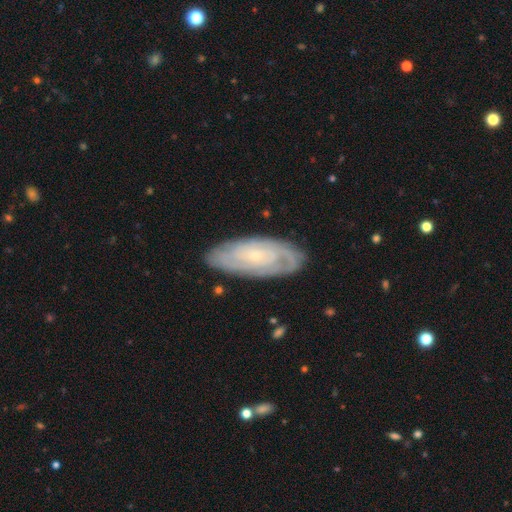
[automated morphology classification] smooth_or_featured: featured or disk (p=0.74) [alt: smooth p=0.20]
disk_edge_on: no (p=0.90) [alt: yes p=0.10]
bar: no (p=0.73) [alt: weak p=0.22]
has_spiral_arms: yes (p=0.89) [alt: no p=0.11]
spiral_winding: tight (p=0.73) [alt: medium p=0.21]
spiral_arm_count: can't tell (p=0.53) [alt: 2 p=0.22]
bulge_size: small (p=0.80) [alt: moderate p=0.15]
merging: none (p=0.81) [alt: minor disturbance p=0.15]